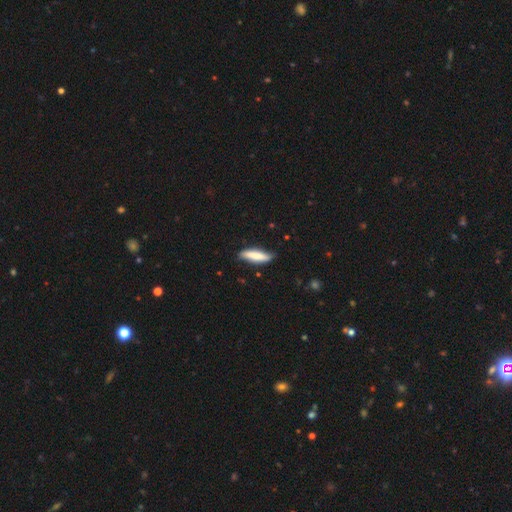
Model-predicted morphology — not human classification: Q: Smooth or featured?
A: smooth (77%); runner-up: featured or disk (17%)
Q: How rounded?
A: cigar-shaped (67%); runner-up: in between (31%)
Q: Merging?
A: none (74%); runner-up: minor disturbance (21%)